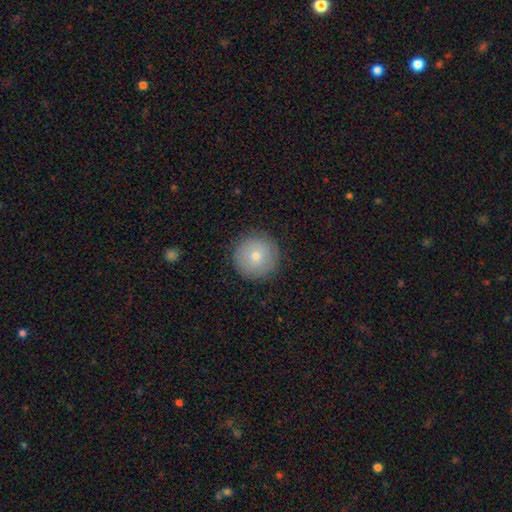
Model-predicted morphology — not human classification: Smooth or featured? Predicted: smooth (p=0.70). How rounded? Predicted: round (p=0.96). Merging? Predicted: none (p=0.90).